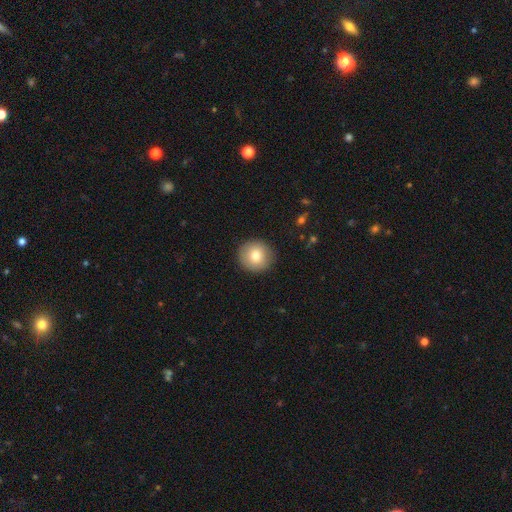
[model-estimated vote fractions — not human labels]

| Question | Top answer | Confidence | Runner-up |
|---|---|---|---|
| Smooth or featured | smooth | 79% | featured or disk (12%) |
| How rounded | round | 94% | in between (5%) |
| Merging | none | 90% | minor disturbance (7%) |